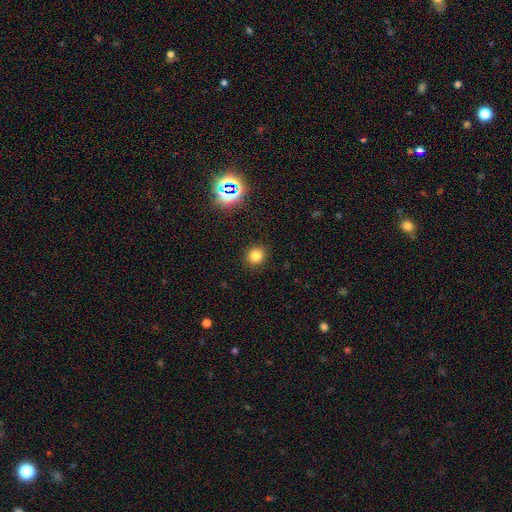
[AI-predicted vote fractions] smooth_or_featured: smooth (p=0.79) [alt: star or artifact p=0.16]
how_rounded: round (p=0.83) [alt: in between p=0.16]
merging: none (p=0.90) [alt: minor disturbance p=0.06]